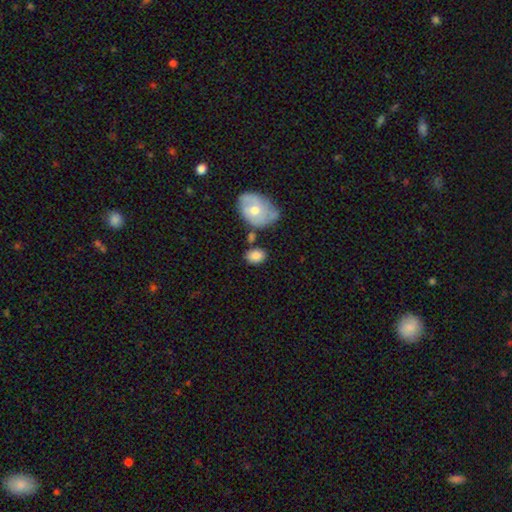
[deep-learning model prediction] smooth 82%, featured or disk 11%, star or artifact 7%. Down the decision tree: how rounded — in between (75%); merging — none (64%).